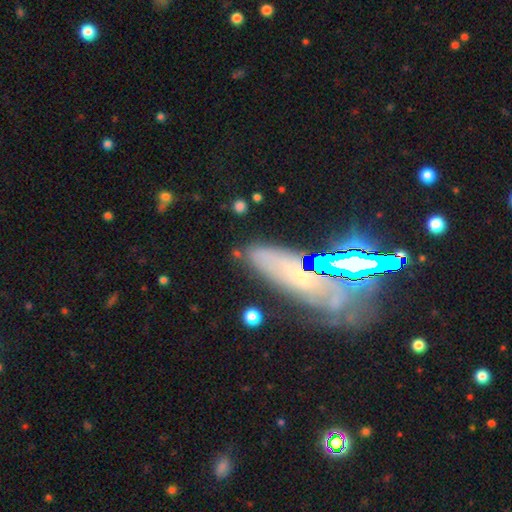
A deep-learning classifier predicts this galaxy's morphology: smooth 54%, star or artifact 24%, featured or disk 22%. Down the decision tree: how rounded — in between (51%); merging — none (73%).